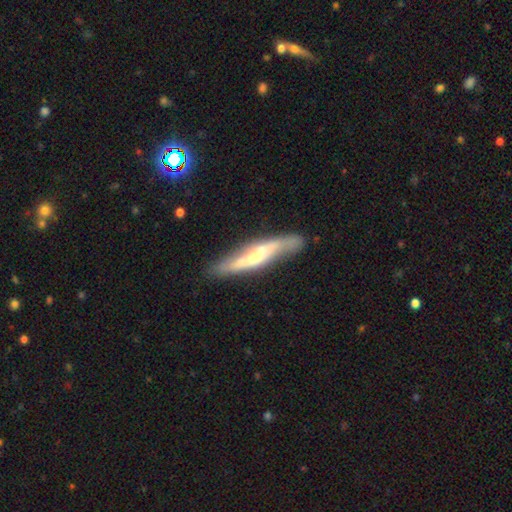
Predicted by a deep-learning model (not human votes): This appears to be a featured or disk galaxy (58%) viewed edge-on (68%). Merging: none (72%).